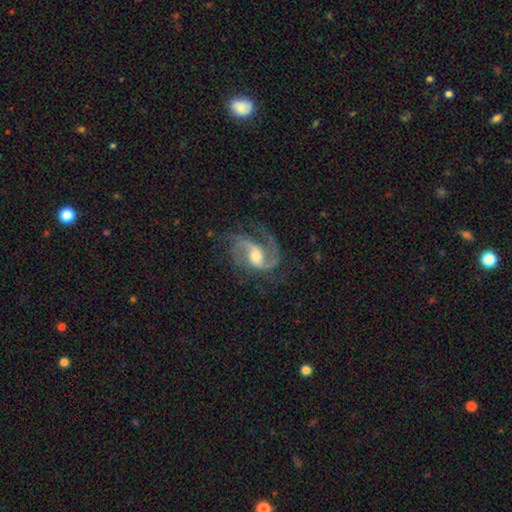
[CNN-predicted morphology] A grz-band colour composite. It shows a featured or disk galaxy (91%) with a weak bar (46%), 2 (78%) medium (57%) spiral arms (98%) and a moderate central bulge (65%). Merging: none (68%).